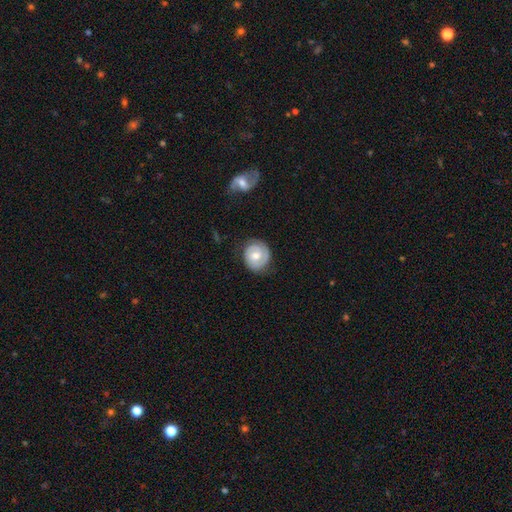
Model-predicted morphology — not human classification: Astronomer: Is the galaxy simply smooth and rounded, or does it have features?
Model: featured or disk — 62%.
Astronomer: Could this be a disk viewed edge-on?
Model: no — 97%.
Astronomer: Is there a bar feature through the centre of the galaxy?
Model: no — 66%.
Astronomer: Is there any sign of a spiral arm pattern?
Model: yes — 84%.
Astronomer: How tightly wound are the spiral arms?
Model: tight — 65%.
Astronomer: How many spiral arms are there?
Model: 2 — 67%.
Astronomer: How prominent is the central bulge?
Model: moderate — 70%.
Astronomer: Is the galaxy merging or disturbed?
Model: none — 76%.